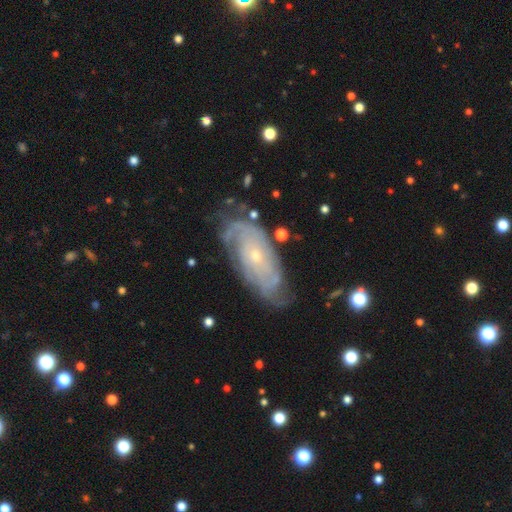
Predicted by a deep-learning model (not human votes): A featured or disk galaxy (84%) with no bar (79%), tight (72%) spiral arms (94%) and a small central bulge (78%). Merging: none (69%).